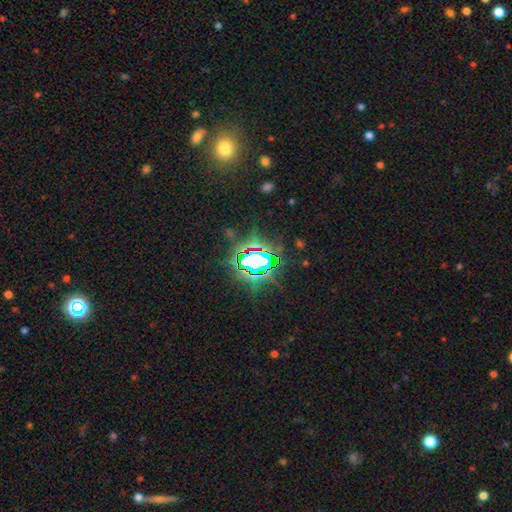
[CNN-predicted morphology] Smooth or featured? star or artifact (75%)